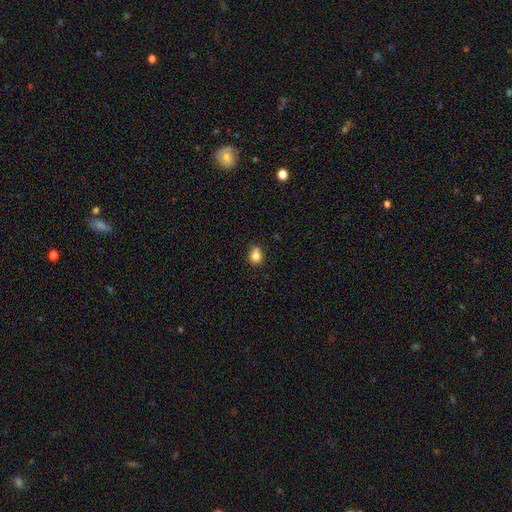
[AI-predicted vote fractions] smooth 81%, star or artifact 11%, featured or disk 8%. Down the decision tree: how rounded — round (67%); merging — none (61%).